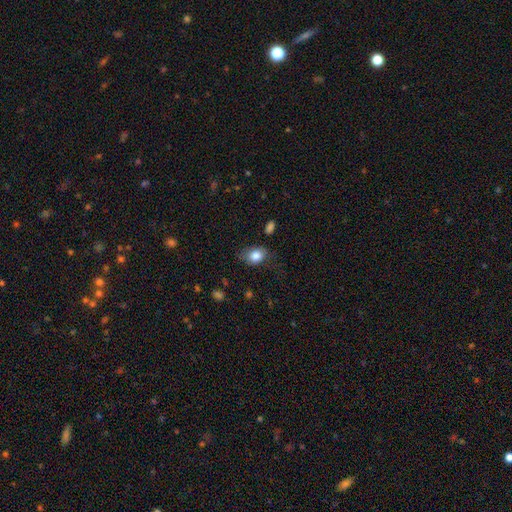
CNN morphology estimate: smooth_or_featured: smooth (p=0.83) [alt: featured or disk p=0.09]
how_rounded: in between (p=0.71) [alt: round p=0.28]
merging: none (p=0.65) [alt: minor disturbance p=0.25]